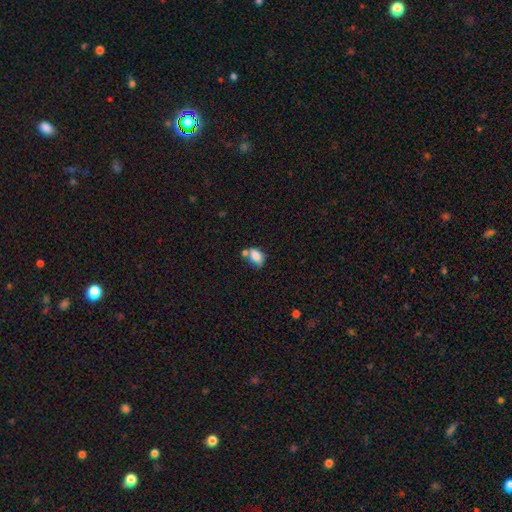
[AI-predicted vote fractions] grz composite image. It shows a smooth galaxy with no disk features (83%) that is in between round and cigar-shaped (84%). Merging: none (44%).